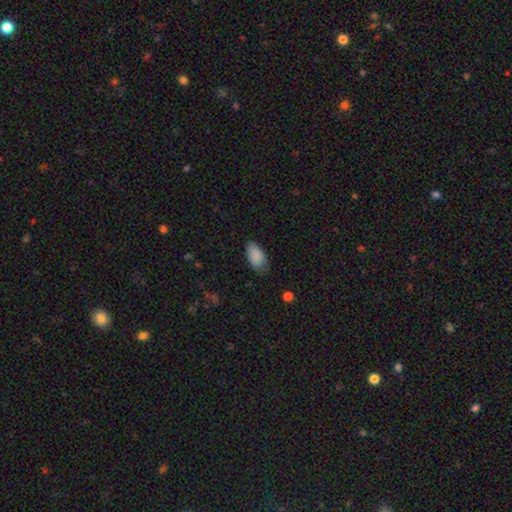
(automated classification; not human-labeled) Smooth or featured? smooth (88%)
How rounded? in between (94%)
Merging? none (74%)